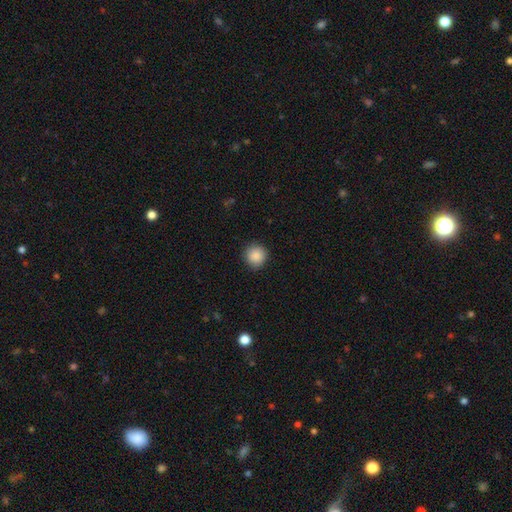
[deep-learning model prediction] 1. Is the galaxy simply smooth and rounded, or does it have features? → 89% smooth, 8% star or artifact, 3% featured or disk.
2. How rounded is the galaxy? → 93% round, 6% in between, 1% cigar-shaped.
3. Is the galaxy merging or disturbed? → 91% none, 7% minor disturbance, 2% major disturbance, 1% merger.